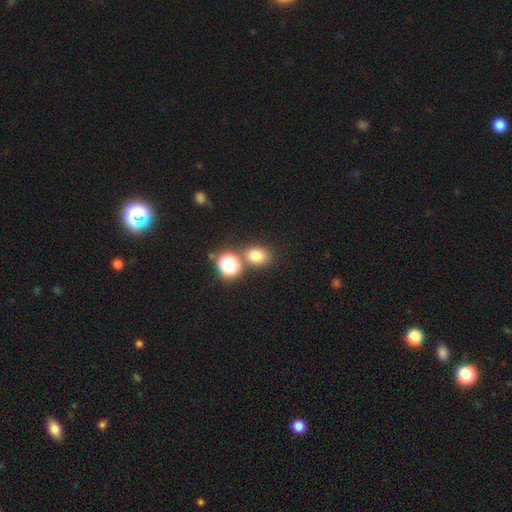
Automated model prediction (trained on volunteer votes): This is likely a smooth galaxy (74%). How rounded: possibly round (52%). Merging: likely none (70%).